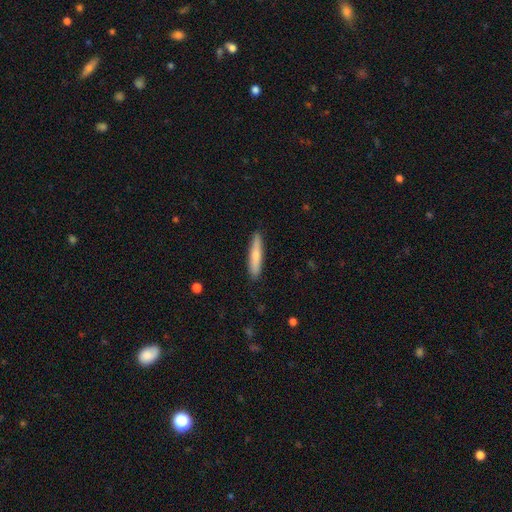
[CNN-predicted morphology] Overall: smooth (73%). How rounded: cigar-shaped (89%). Merging: none (89%).